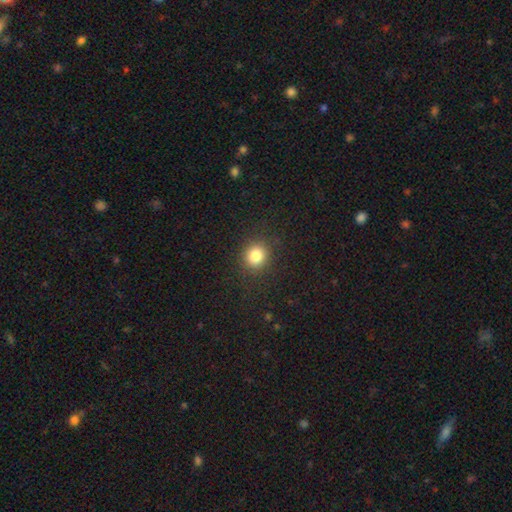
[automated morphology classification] smooth 82%, star or artifact 12%, featured or disk 6%. Down the decision tree: how rounded — round (83%); merging — none (88%).